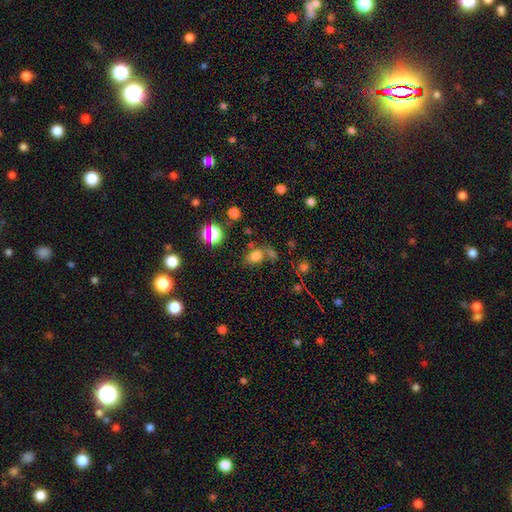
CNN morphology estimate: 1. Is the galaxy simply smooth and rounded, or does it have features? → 70% smooth, 21% star or artifact, 9% featured or disk.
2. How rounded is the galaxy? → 62% in between, 37% round, 2% cigar-shaped.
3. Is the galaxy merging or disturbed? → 57% none, 21% merger, 14% minor disturbance, 8% major disturbance.